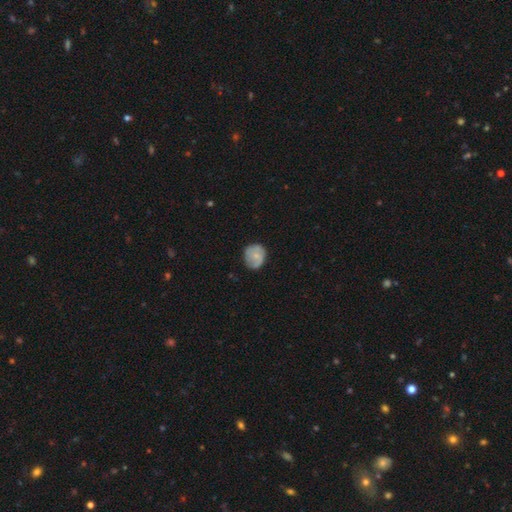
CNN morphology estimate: type=smooth (65%); roundness=round (76%); merging=none (70%).